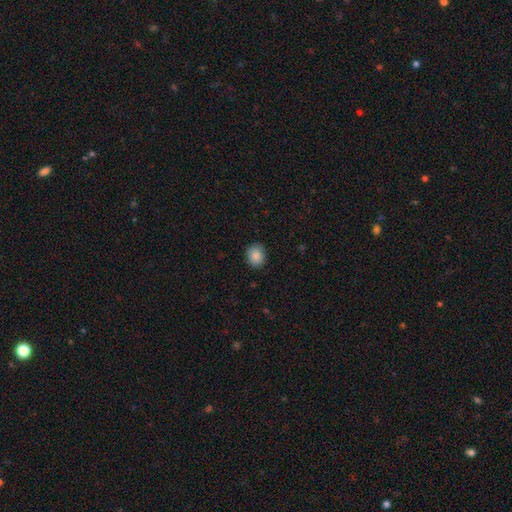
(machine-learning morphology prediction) This appears to be a smooth galaxy with no disk features (87%) that is round (66%). Merging: none (87%).